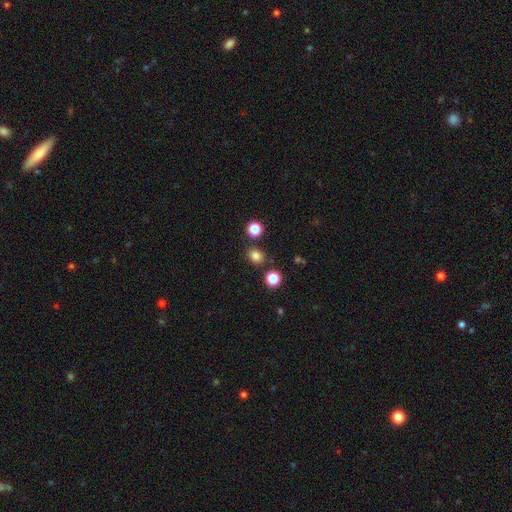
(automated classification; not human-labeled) This appears to be a smooth galaxy with no disk features (81%) that is round (73%). Merging: none (82%).